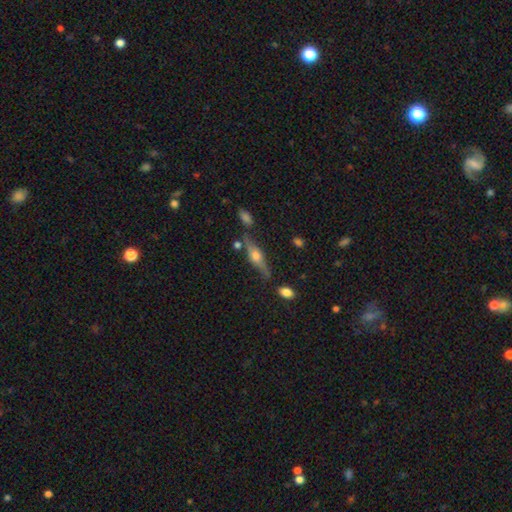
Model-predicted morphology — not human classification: smooth_or_featured: featured or disk (p=0.61) [alt: smooth p=0.31]
disk_edge_on: yes (p=0.91) [alt: no p=0.09]
edge_on_bulge: rounded (p=0.92) [alt: boxy p=0.06]
merging: none (p=0.71) [alt: minor disturbance p=0.16]